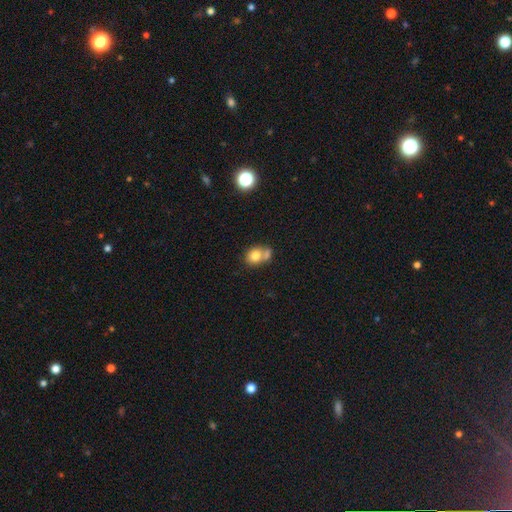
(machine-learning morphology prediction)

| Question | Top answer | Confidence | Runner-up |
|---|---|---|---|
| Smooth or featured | smooth | 77% | featured or disk (13%) |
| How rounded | round | 62% | in between (37%) |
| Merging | merger | 46% | none (38%) |